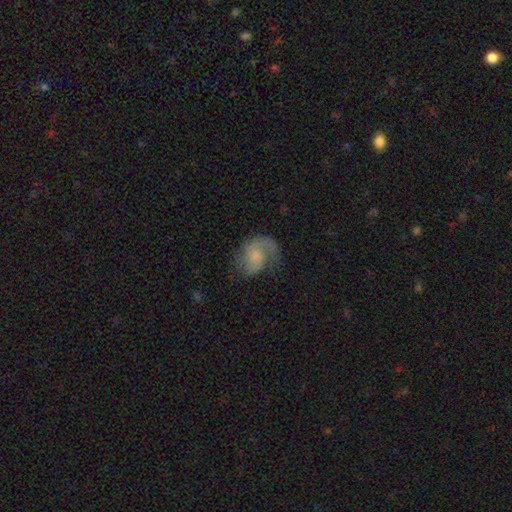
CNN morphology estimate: type=featured or disk (69%); edge-on=no (98%); bar=no (68%); spiral arms=yes (92%); winding=medium (45%); arm count=2 (53%); bulge=small (33%); merging=none (53%).